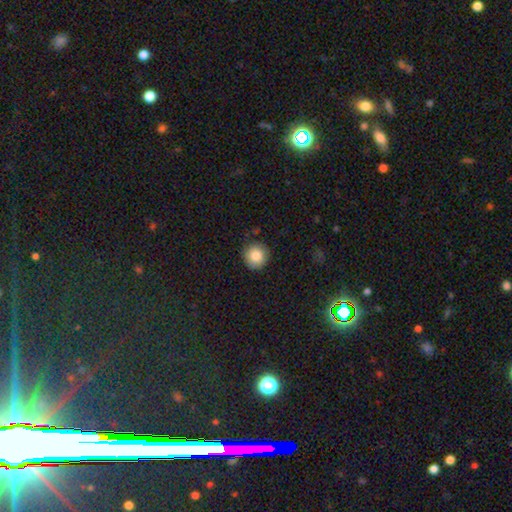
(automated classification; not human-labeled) This is clearly a smooth galaxy (86%). How rounded: clearly round (94%). Merging: clearly none (88%).